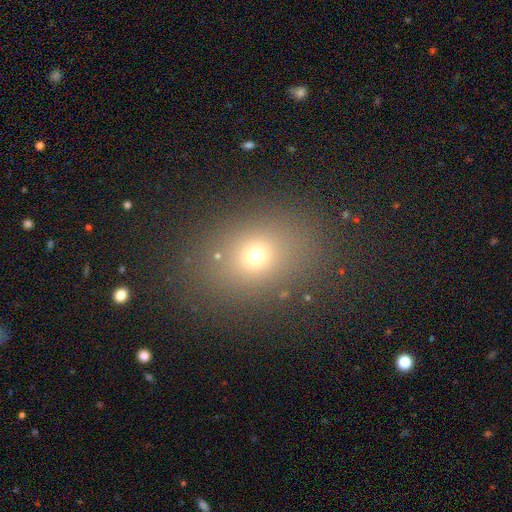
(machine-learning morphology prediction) This is likely a smooth galaxy (66%). How rounded: possibly in between (51%). Merging: clearly none (84%).